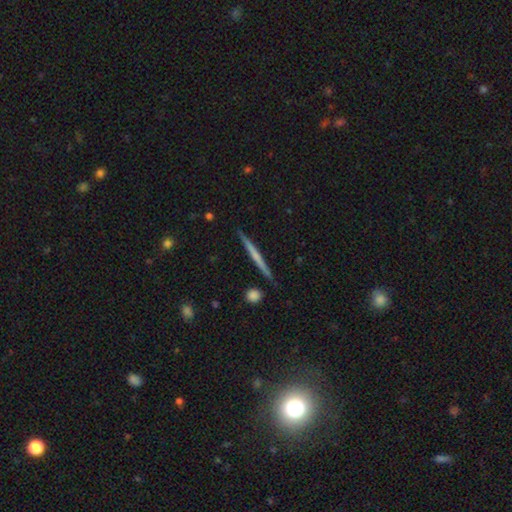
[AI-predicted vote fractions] Smooth or featured: featured or disk — 53% (smooth — 41%)
Edge-on disk: yes — 98% (no — 2%)
Edge-on bulge: none — 74% (rounded — 20%)
Merging: none — 90% (minor disturbance — 7%)